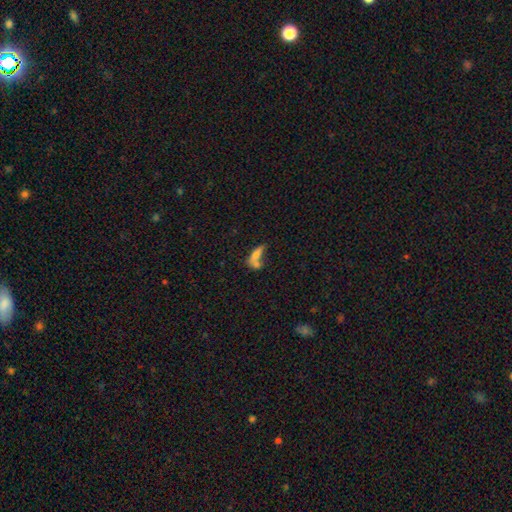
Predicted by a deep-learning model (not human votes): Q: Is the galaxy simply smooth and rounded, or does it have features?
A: smooth — 66%.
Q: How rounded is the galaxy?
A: in between — 51%.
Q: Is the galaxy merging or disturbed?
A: merger — 49%.